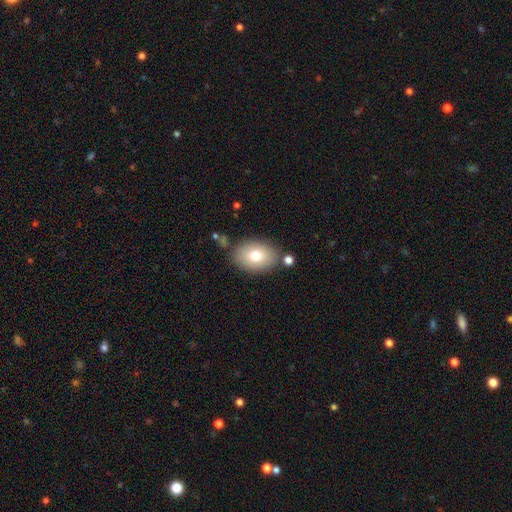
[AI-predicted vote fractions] Smooth or featured?
  - smooth: 77% *
  - featured or disk: 15%
  - star or artifact: 9%
How rounded?
  - in between: 78% *
  - round: 21%
  - cigar-shaped: 1%
Merging?
  - none: 79% *
  - minor disturbance: 12%
  - merger: 5%
  - major disturbance: 3%